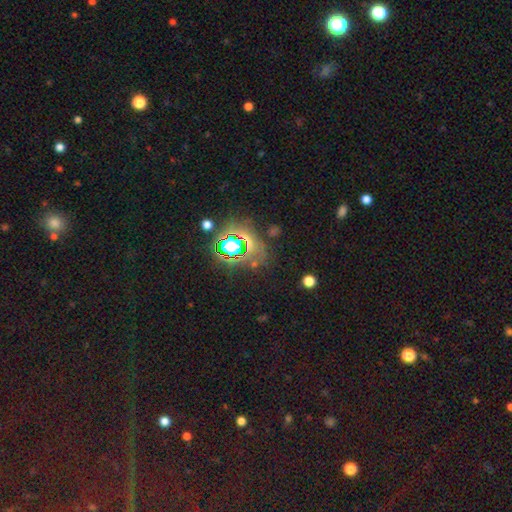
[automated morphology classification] This appears to be a star or artifact, not a galaxy (77%).